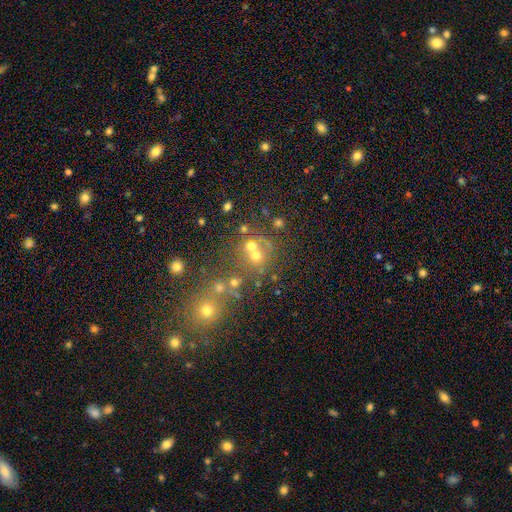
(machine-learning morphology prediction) Smooth or featured? Predicted: smooth (p=0.56). How rounded? Predicted: round (p=0.80). Merging? Predicted: none (p=0.50).